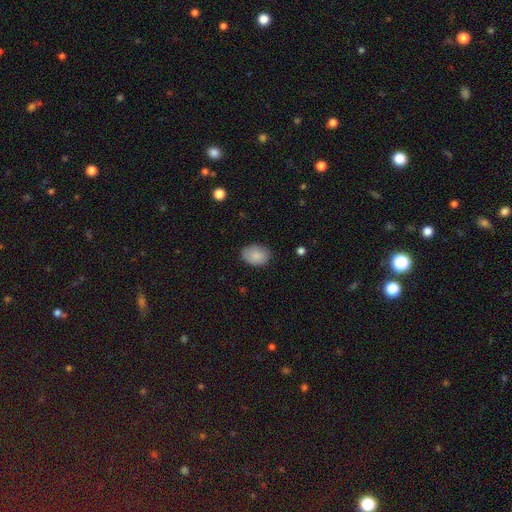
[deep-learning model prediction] Smooth or featured? Predicted: smooth (p=0.86). How rounded? Predicted: in between (p=0.76). Merging? Predicted: none (p=0.81).